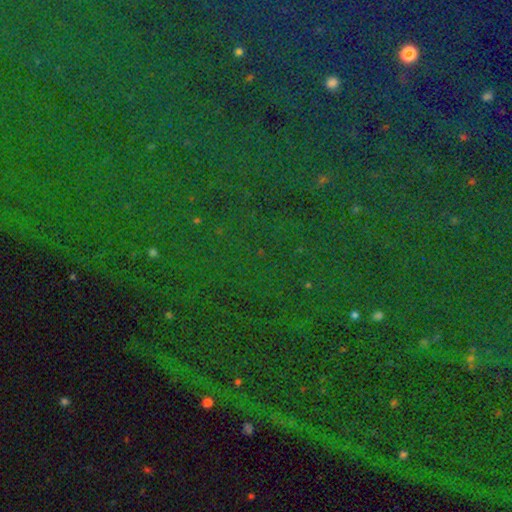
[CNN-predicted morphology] The model was most divided on "smooth or featured": star or artifact: 81%, smooth: 11%, featured or disk: 8%.